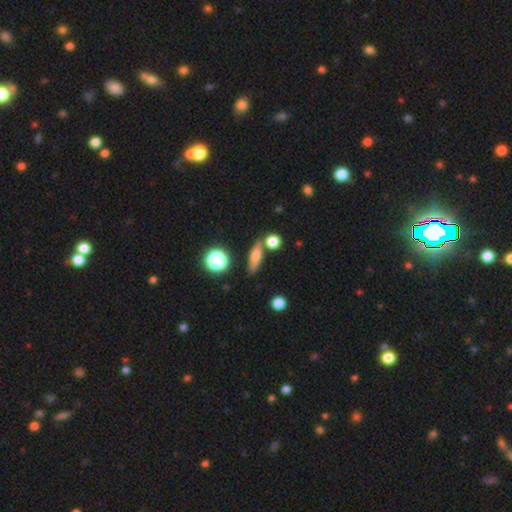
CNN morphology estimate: Smooth or featured? smooth (69%)
How rounded? cigar-shaped (52%)
Merging? none (73%)